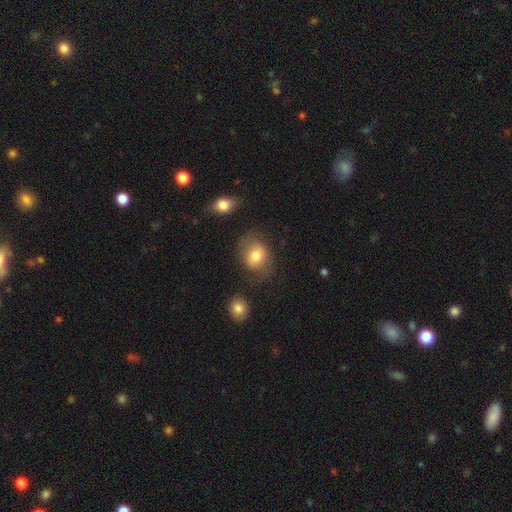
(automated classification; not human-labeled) Smooth or featured? smooth (76%)
How rounded? round (54%)
Merging? none (67%)